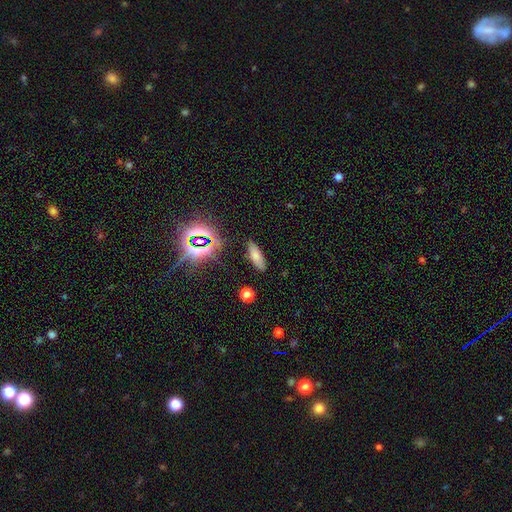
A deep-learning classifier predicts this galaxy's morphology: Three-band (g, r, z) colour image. It shows a smooth galaxy with no disk features (70%) that is in between round and cigar-shaped (57%). Merging: none (84%).